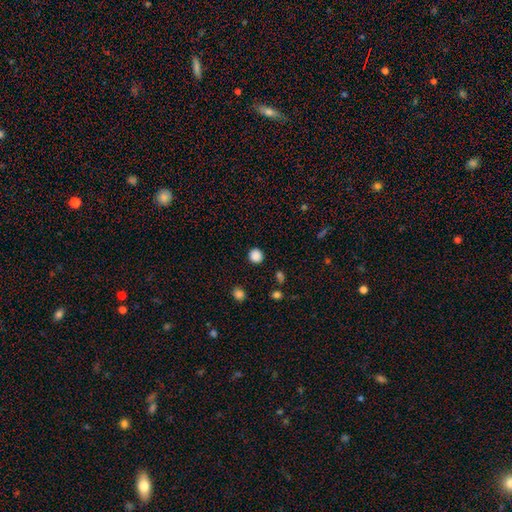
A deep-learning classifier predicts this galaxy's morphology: smooth_or_featured: smooth (p=0.86) [alt: star or artifact p=0.11]
how_rounded: round (p=0.91) [alt: in between p=0.08]
merging: none (p=0.91) [alt: minor disturbance p=0.06]